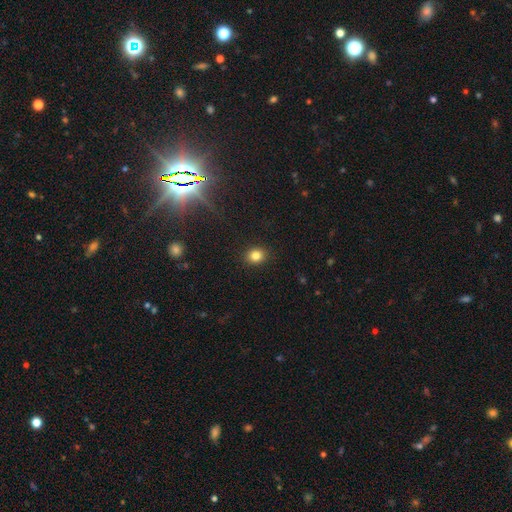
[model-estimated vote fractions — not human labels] Q: Smooth or featured?
A: smooth (82%); runner-up: star or artifact (12%)
Q: How rounded?
A: round (61%); runner-up: in between (38%)
Q: Merging?
A: none (90%); runner-up: minor disturbance (7%)